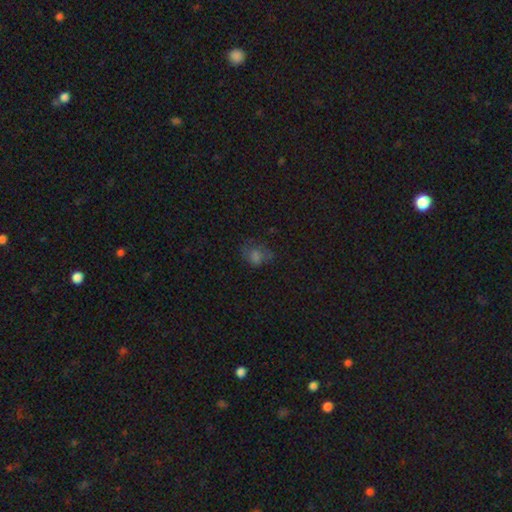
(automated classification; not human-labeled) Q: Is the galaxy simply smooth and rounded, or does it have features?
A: smooth — 52%.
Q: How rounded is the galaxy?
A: in between — 54%.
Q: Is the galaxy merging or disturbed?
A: none — 50%.